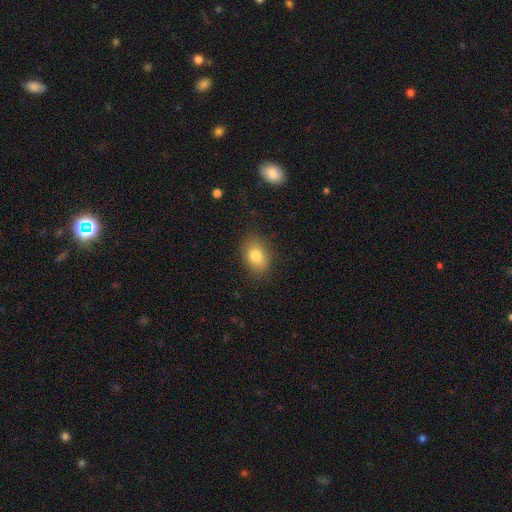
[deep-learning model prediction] smooth-or-featured: smooth: 79% | featured or disk: 12% | star or artifact: 10%
  how-rounded: in between: 74% | round: 24% | cigar-shaped: 1%
  merging: none: 82% | minor disturbance: 13% | major disturbance: 4% | merger: 1%